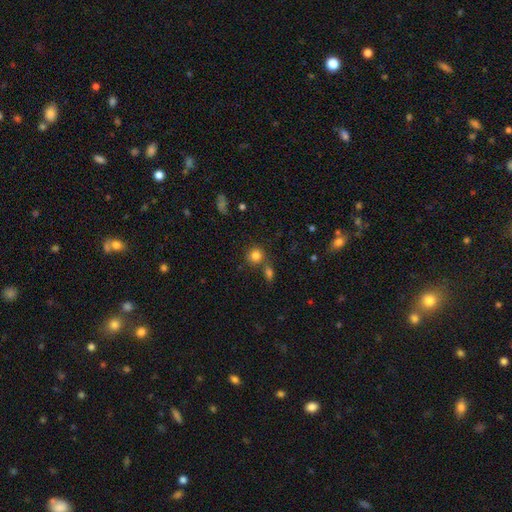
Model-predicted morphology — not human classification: smooth_or_featured: smooth (p=0.82) [alt: star or artifact p=0.12]
how_rounded: round (p=0.86) [alt: in between p=0.13]
merging: none (p=0.67) [alt: merger p=0.19]